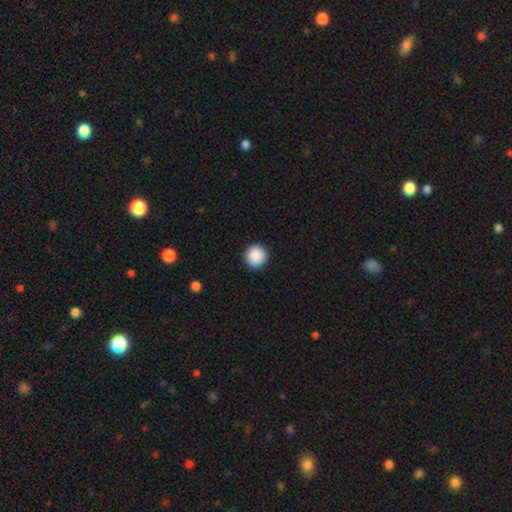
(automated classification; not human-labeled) smooth 88%, star or artifact 8%, featured or disk 3%. Down the decision tree: how rounded — round (96%); merging — none (93%).